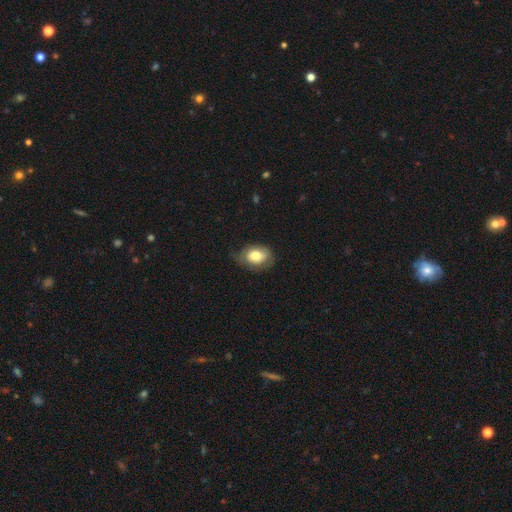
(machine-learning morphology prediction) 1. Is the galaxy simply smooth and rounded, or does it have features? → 73% smooth, 19% featured or disk, 8% star or artifact.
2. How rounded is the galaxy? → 70% in between, 29% round, 1% cigar-shaped.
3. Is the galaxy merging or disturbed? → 61% none, 29% minor disturbance, 9% major disturbance, 1% merger.